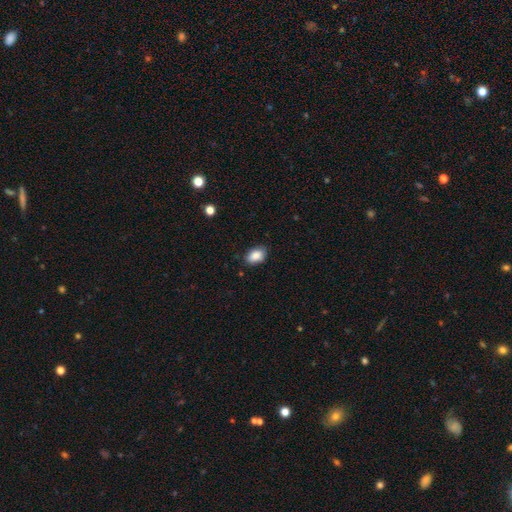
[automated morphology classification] smooth_or_featured: smooth (p=0.88) [alt: star or artifact p=0.08]
how_rounded: in between (p=0.84) [alt: round p=0.15]
merging: none (p=0.81) [alt: minor disturbance p=0.15]